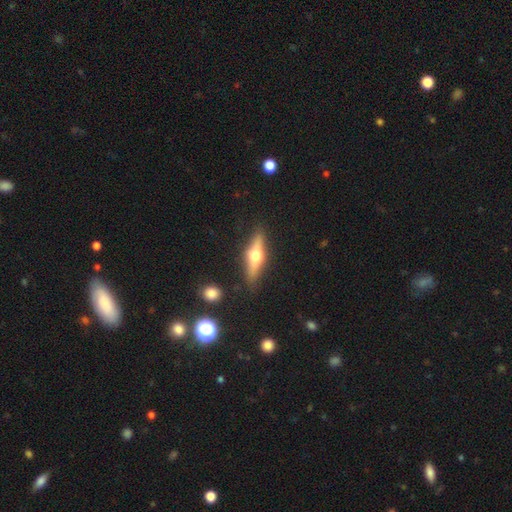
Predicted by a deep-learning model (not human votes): The model was most divided on "smooth or featured": featured or disk: 58%, smooth: 35%, star or artifact: 7%. More confident: edge-on bulge — rounded (95%); edge-on disk — yes (93%); merging — none (84%).